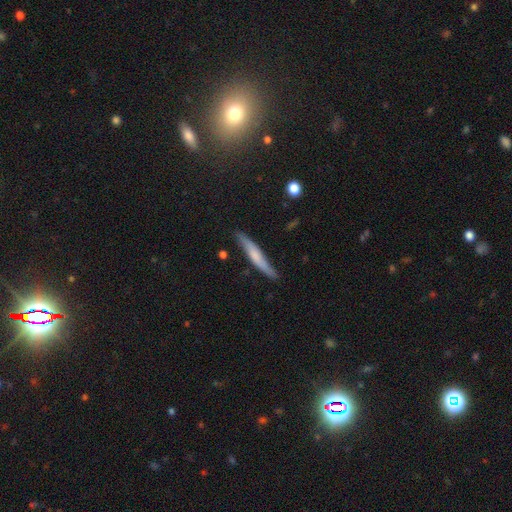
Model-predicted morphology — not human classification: Q: Smooth or featured?
A: smooth (53%); runner-up: featured or disk (41%)
Q: How rounded?
A: cigar-shaped (94%); runner-up: in between (5%)
Q: Merging?
A: none (81%); runner-up: minor disturbance (15%)